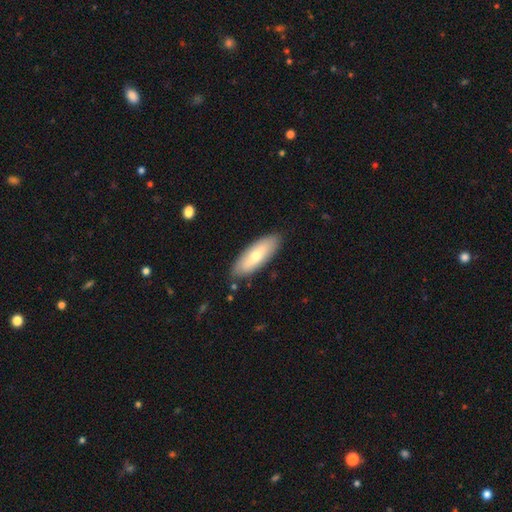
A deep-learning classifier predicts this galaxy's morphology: smooth-or-featured: smooth: 64% | featured or disk: 30% | star or artifact: 6%
  how-rounded: in between: 65% | cigar-shaped: 33% | round: 2%
  merging: none: 86% | minor disturbance: 11% | major disturbance: 2% | merger: 1%